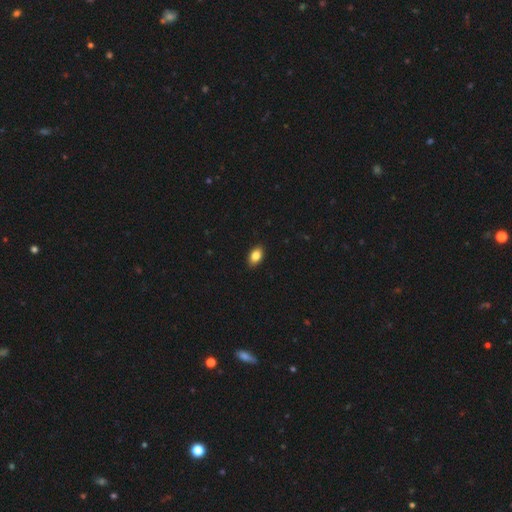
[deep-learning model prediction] The model was most divided on "smooth or featured": smooth: 85%, star or artifact: 8%, featured or disk: 7%. More confident: merging — none (90%); how rounded — in between (89%).